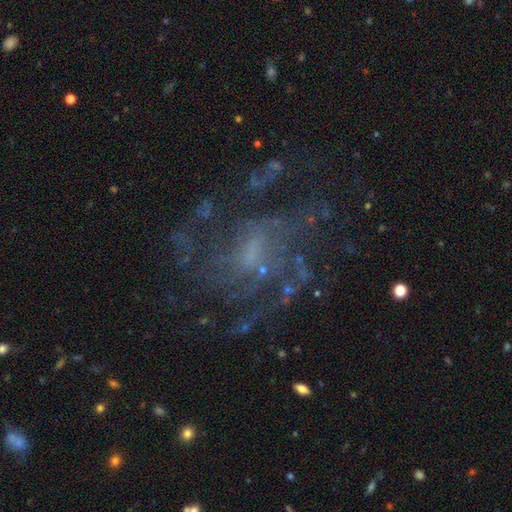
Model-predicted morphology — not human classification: smooth-or-featured: featured or disk: 77% | star or artifact: 13% | smooth: 9%
  disk-edge-on: no: 97% | yes: 3%
    bar: no: 45% (tied) | weak: 45% (tied) | strong: 10%
    has-spiral-arms: yes: 83% | no: 17%
      spiral-winding: medium: 43% | tight: 31% | loose: 26%
      spiral-arm-count: can't tell: 41% | 4: 16% | 3: 16% | 2: 12% | more than 4: 8% | 1: 6%
    bulge-size: small: 40% | none: 31% | moderate: 25% | large: 3% | dominant: 1%
  merging: none: 59% | major disturbance: 23% | minor disturbance: 16% | merger: 3%